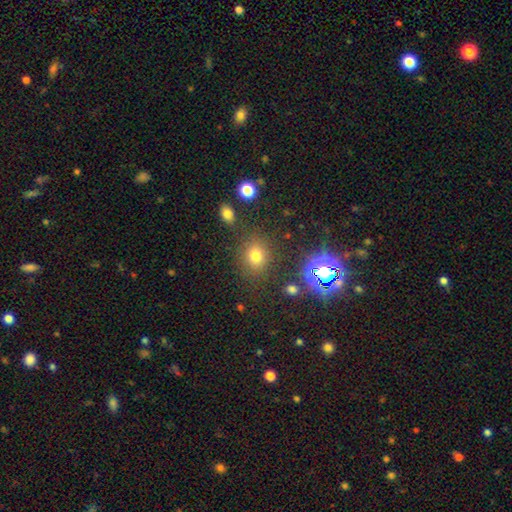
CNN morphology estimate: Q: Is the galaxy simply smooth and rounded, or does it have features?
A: smooth — 71%.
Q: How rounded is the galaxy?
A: round — 70%.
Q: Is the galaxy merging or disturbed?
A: none — 83%.